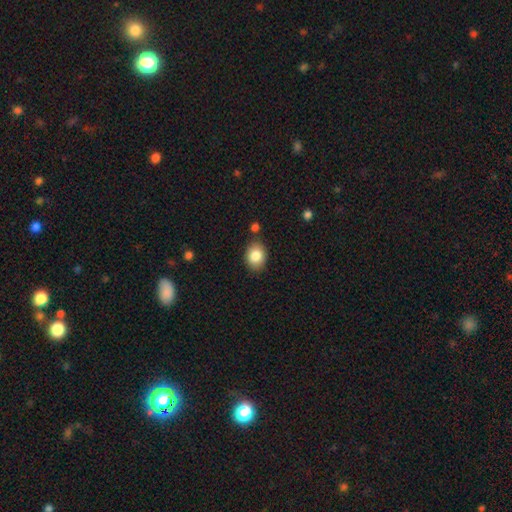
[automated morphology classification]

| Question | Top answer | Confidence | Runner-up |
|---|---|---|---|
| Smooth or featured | smooth | 85% | star or artifact (8%) |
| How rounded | in between | 65% | round (34%) |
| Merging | none | 82% | minor disturbance (11%) |